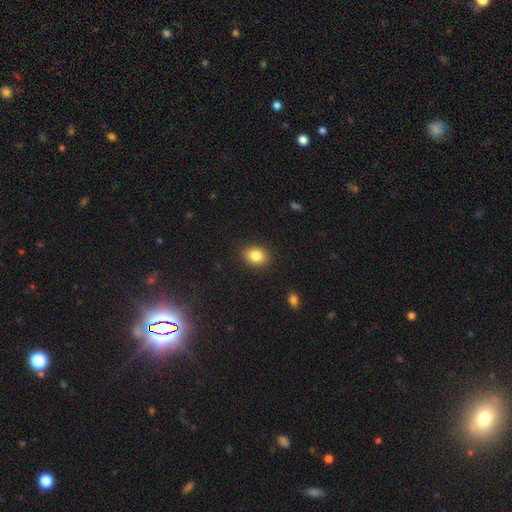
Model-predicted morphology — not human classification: A smooth galaxy with no disk features (84%) that is in between round and cigar-shaped (59%). Merging: none (89%).